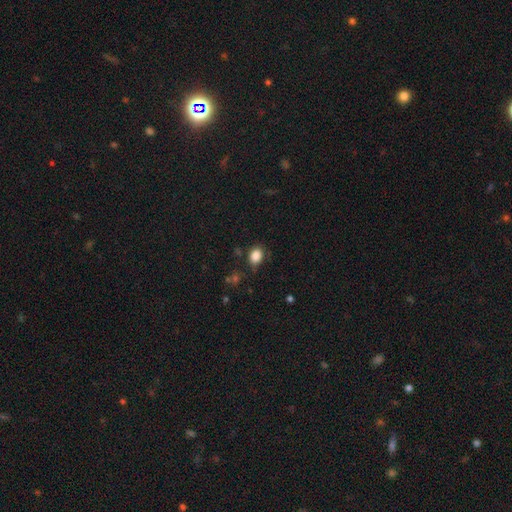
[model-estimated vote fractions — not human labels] smooth-or-featured: smooth: 86% | star or artifact: 10% | featured or disk: 4%
  how-rounded: in between: 63% | round: 36% | cigar-shaped: 1%
  merging: none: 78% | minor disturbance: 16% | major disturbance: 4% | merger: 2%